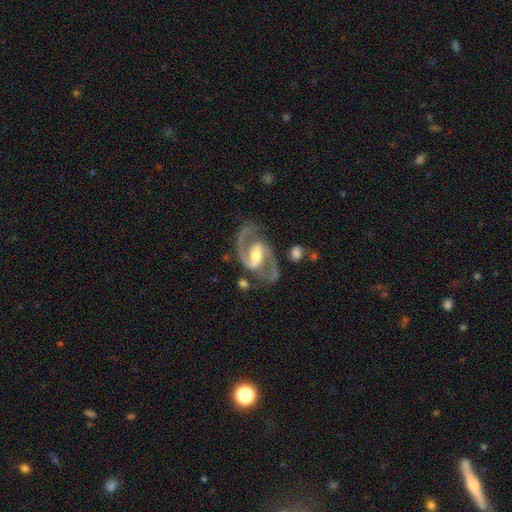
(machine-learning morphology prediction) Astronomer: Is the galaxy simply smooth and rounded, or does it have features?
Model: featured or disk — 92%.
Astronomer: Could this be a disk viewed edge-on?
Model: no — 98%.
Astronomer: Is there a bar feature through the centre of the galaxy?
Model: weak — 42%, tied with strong at 42%.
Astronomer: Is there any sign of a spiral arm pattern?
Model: yes — 98%.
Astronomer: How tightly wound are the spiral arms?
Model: medium — 66%.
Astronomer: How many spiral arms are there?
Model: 2 — 94%.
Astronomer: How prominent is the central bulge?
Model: moderate — 65%.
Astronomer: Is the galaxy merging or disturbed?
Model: none — 75%.